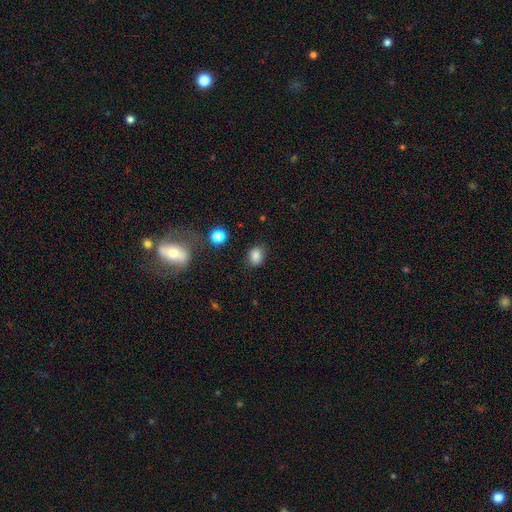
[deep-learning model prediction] smooth-or-featured: smooth: 82% | star or artifact: 12% | featured or disk: 6%
  how-rounded: in between: 52% | round: 47% | cigar-shaped: 1%
  merging: none: 81% | minor disturbance: 13% | major disturbance: 3% | merger: 2%